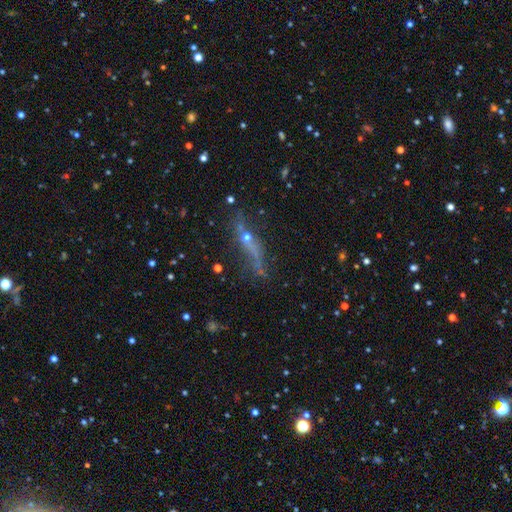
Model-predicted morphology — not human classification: type=featured or disk (45%); merging=none (55%).